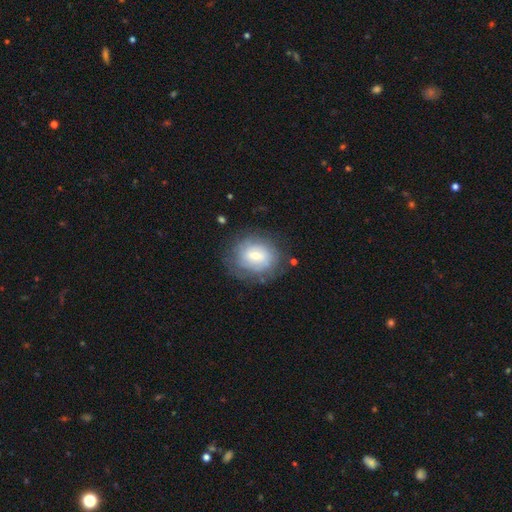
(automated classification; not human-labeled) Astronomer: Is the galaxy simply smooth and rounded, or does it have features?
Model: smooth — 47% (runner-up: featured or disk, 44%).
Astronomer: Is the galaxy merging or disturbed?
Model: none — 75%.